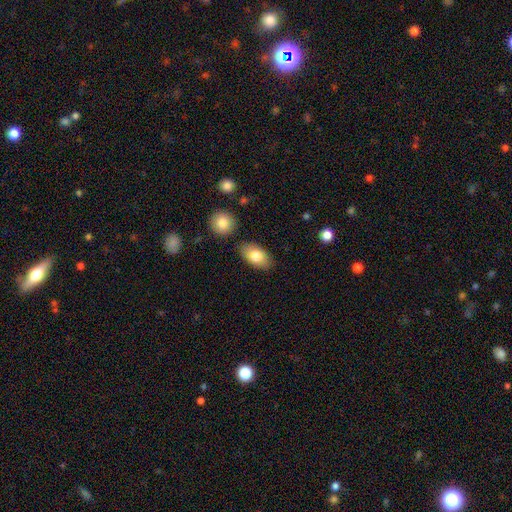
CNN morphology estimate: Smooth or featured: smooth — 79% (featured or disk — 14%)
How rounded: in between — 91% (round — 7%)
Merging: none — 82% (minor disturbance — 11%)